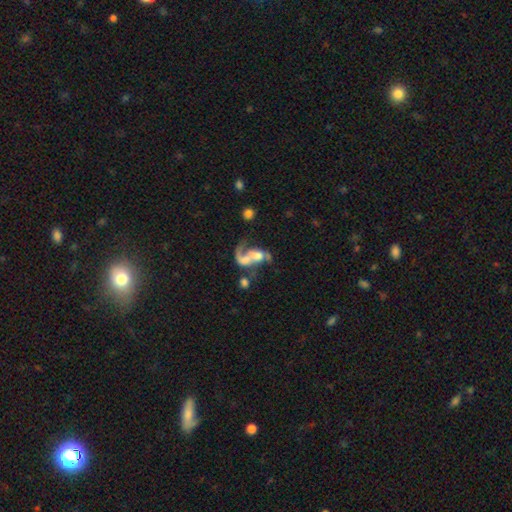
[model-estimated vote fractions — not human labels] Smooth or featured? Predicted: featured or disk (p=0.64). Edge-on disk? Predicted: no (p=0.97). Bar? Predicted: no (p=0.65). Spiral arms? Predicted: yes (p=0.65). Bulge size? Predicted: none (p=0.34). Merging? Predicted: merger (p=0.45).